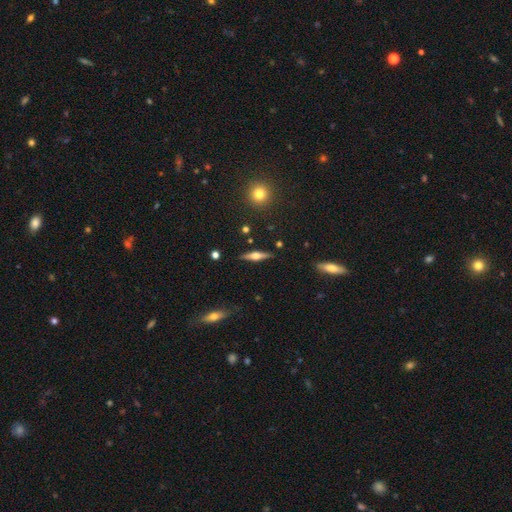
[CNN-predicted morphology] smooth-or-featured: featured or disk: 67% | smooth: 26% | star or artifact: 7%
  disk-edge-on: yes: 97% | no: 3%
    edge-on-bulge: rounded: 92% | boxy: 6% | none: 2%
  merging: none: 89% | minor disturbance: 8% | major disturbance: 2% | merger: 2%